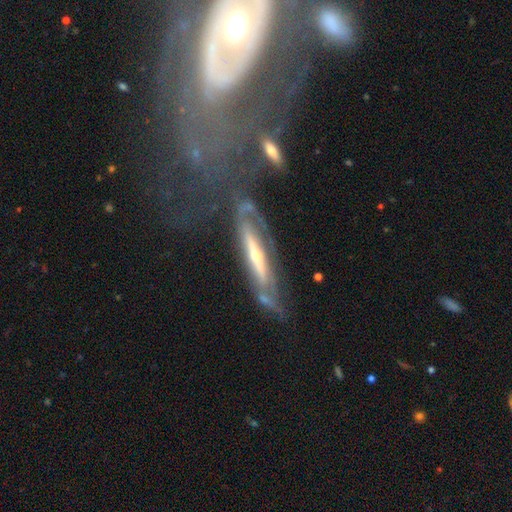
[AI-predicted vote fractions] A featured or disk galaxy (75%) viewed edge-on (54%).

Vote fractions:
- Smooth or featured? featured or disk: 75% / smooth: 17% / star or artifact: 8%
- Edge-on disk? yes: 54% / no: 46%
- Merging? none: 51% / minor disturbance: 22% / major disturbance: 17% / merger: 10%